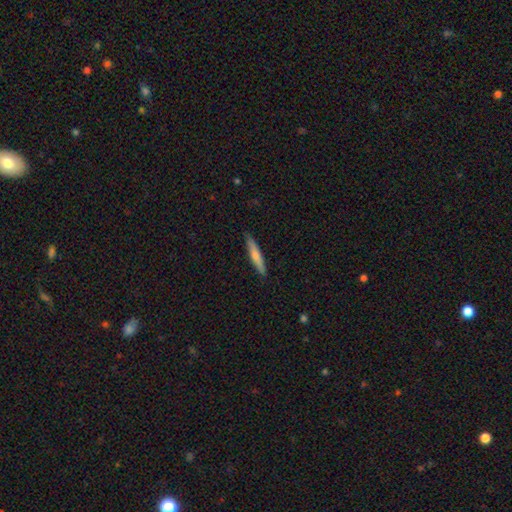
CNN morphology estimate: Smooth or featured: smooth — 64% (featured or disk — 31%)
How rounded: cigar-shaped — 92% (in between — 7%)
Merging: none — 88% (minor disturbance — 9%)